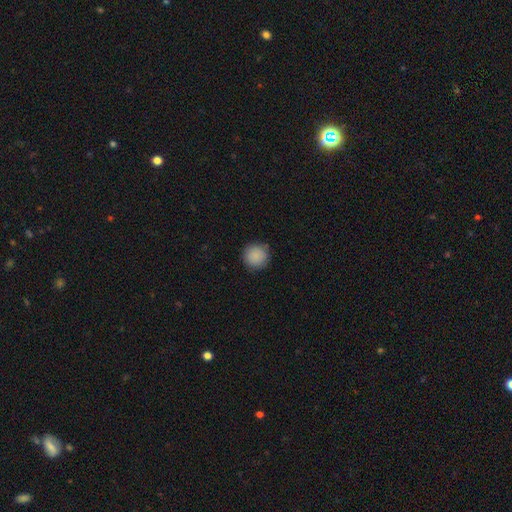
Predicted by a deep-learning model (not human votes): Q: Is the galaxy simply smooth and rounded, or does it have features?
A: smooth — 88%.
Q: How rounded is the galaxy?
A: round — 95%.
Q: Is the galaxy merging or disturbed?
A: none — 89%.